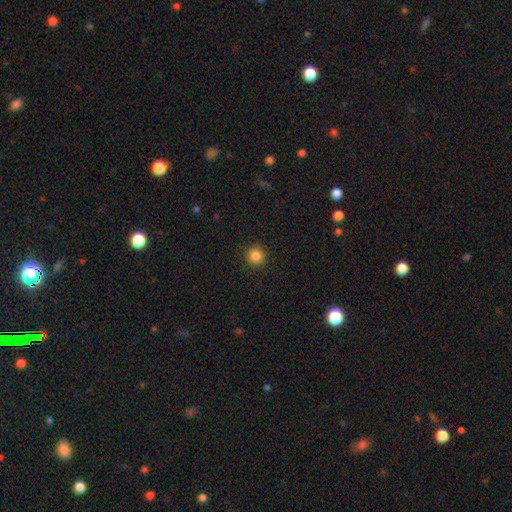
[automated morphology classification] type=smooth (85%); roundness=round (95%); merging=none (91%).